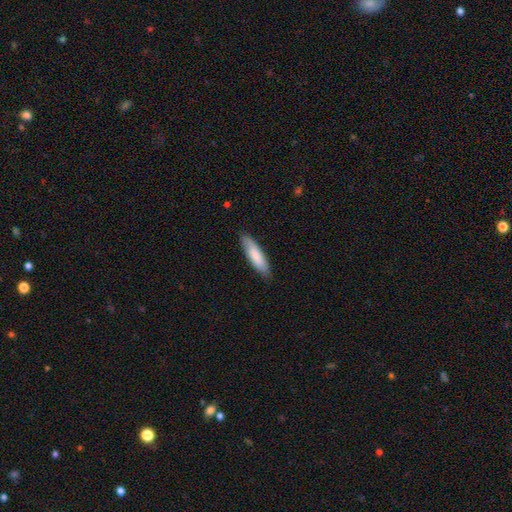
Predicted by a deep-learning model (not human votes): Overall: smooth (79%). How rounded: cigar-shaped (63%; in between 36%). Merging: none (84%).